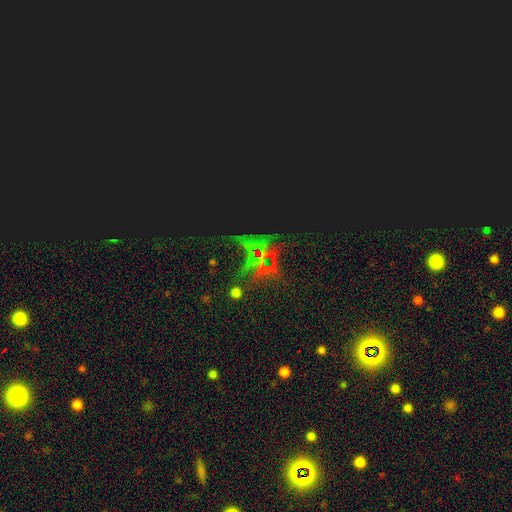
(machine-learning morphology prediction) Overall: star or artifact (75%).